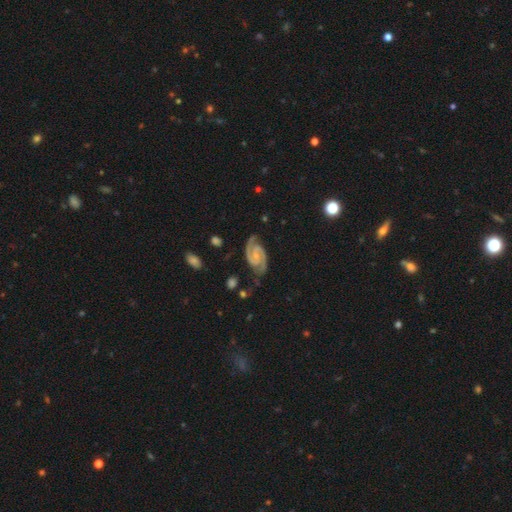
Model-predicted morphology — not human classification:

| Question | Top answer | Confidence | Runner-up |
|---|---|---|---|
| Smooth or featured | featured or disk | 92% | star or artifact (4%) |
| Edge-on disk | no | 98% | yes (2%) |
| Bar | no | 51% | weak (37%) |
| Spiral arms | yes | 98% | no (2%) |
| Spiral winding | medium | 48% | tight (43%) |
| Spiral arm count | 2 | 93% | 3 (2%) |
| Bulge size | small | 62% | moderate (21%) |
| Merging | none | 75% | minor disturbance (17%) |